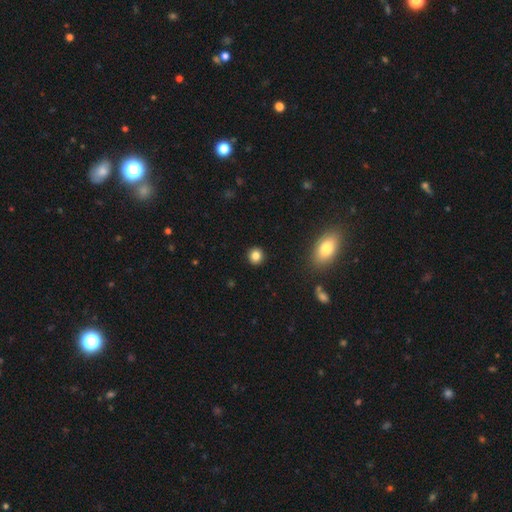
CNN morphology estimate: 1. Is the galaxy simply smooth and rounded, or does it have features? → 83% smooth, 11% star or artifact, 6% featured or disk.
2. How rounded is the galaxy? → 88% round, 11% in between, 1% cigar-shaped.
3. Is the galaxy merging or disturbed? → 92% none, 5% minor disturbance, 2% major disturbance, 1% merger.